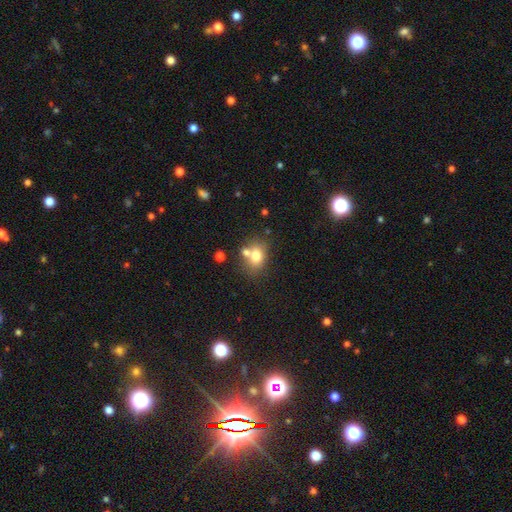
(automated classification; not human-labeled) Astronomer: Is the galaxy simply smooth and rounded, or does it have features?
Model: smooth — 73%.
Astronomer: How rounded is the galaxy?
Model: in between — 58% (runner-up: round, 41%).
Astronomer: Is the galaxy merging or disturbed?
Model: none — 51% (runner-up: merger, 31%).